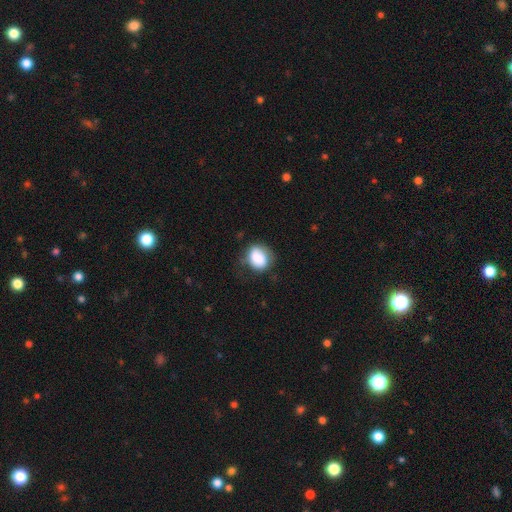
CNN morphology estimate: Smooth or featured: smooth — 83% (featured or disk — 9%)
How rounded: in between — 53% (round — 46%)
Merging: none — 58% (minor disturbance — 28%)